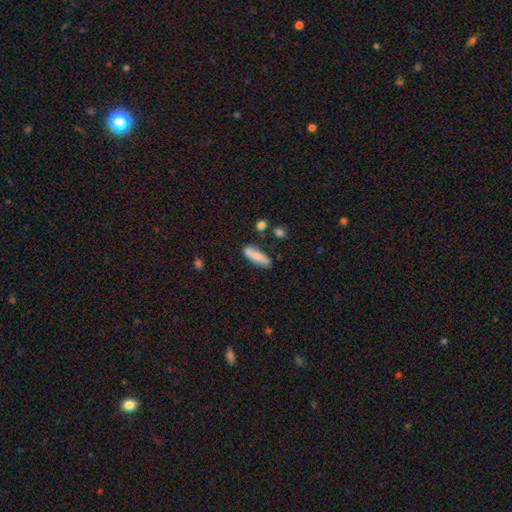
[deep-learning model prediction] The model was most divided on "how rounded": cigar-shaped: 50%, in between: 47%, round: 3%. More confident: smooth or featured — smooth (74%); merging — none (73%).